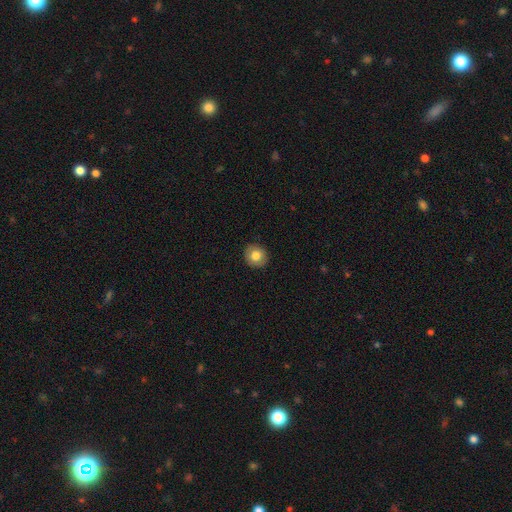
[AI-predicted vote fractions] A smooth galaxy with no disk features (80%) that is round (90%). Merging: none (91%).